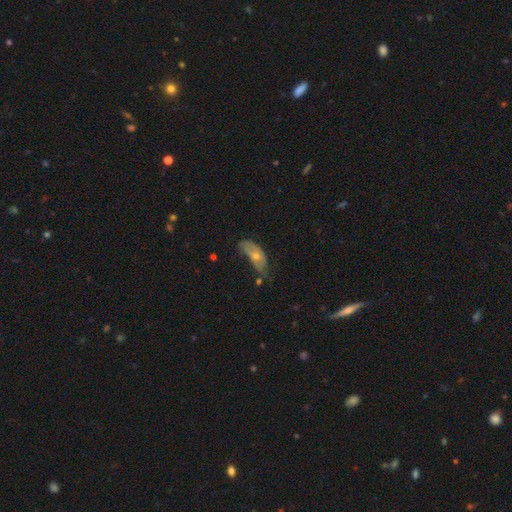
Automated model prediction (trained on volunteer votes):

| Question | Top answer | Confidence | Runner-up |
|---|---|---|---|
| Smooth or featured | featured or disk | 51% | smooth (39%) |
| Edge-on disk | no | 84% | yes (16%) |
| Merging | none | 37% | minor disturbance (36%) |